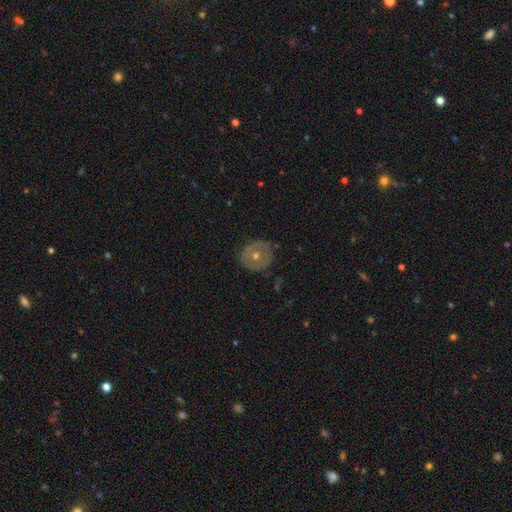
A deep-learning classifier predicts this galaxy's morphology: smooth_or_featured: featured or disk (p=0.51) [alt: smooth p=0.40]
disk_edge_on: no (p=0.95) [alt: yes p=0.05]
merging: none (p=0.81) [alt: minor disturbance p=0.13]